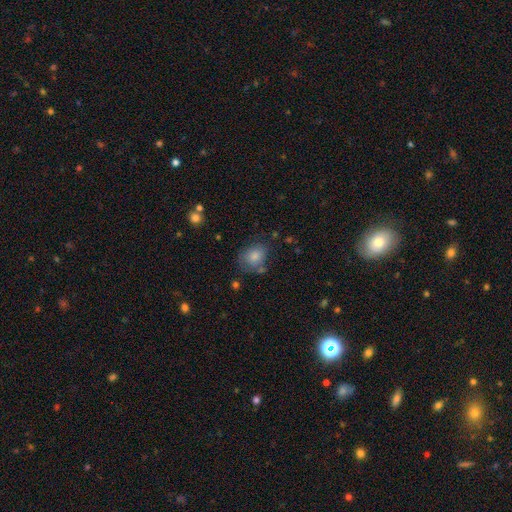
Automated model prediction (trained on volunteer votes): This is likely a smooth galaxy (71%). How rounded: possibly round (54%). Merging: likely none (69%).